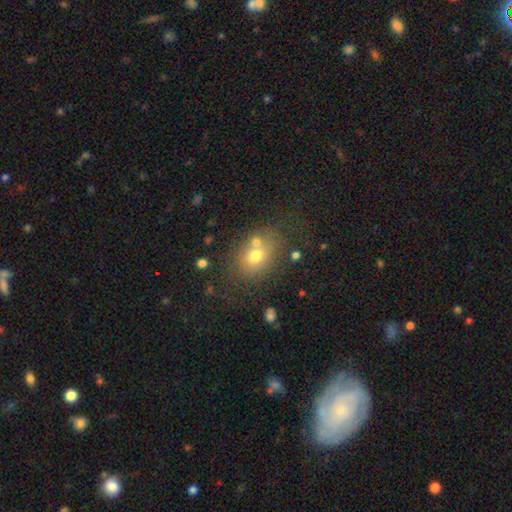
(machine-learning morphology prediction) A smooth galaxy with no disk features (68%) that is in between round and cigar-shaped (50%). Merging: none (57%).